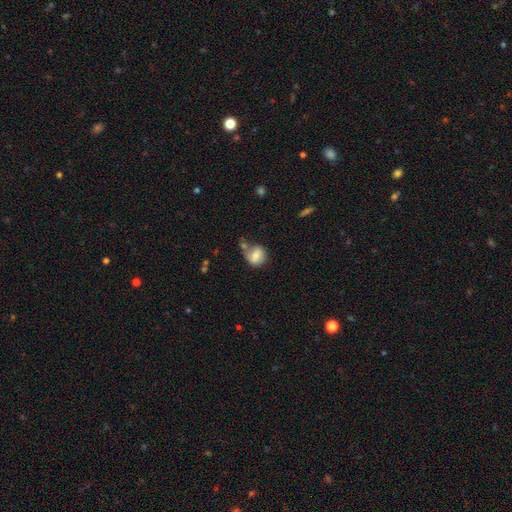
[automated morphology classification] Smooth or featured?
  - smooth: 65% *
  - featured or disk: 26%
  - star or artifact: 9%
How rounded?
  - round: 68% *
  - in between: 31%
  - cigar-shaped: 1%
Merging?
  - none: 46% *
  - minor disturbance: 23%
  - merger: 19%
  - major disturbance: 11%